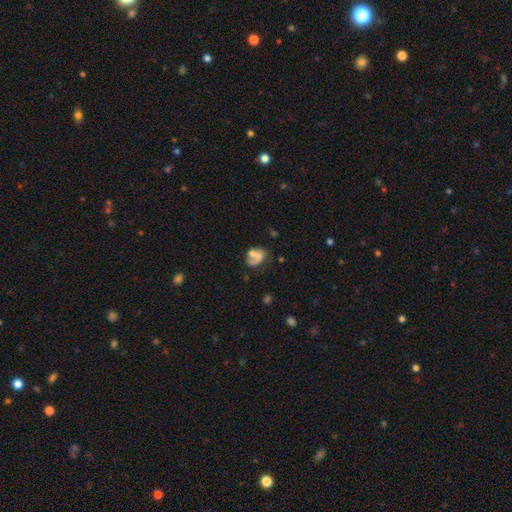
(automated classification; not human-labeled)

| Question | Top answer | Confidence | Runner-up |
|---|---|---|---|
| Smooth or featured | smooth | 50% | featured or disk (38%) |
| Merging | merger | 42% | none (27%) |